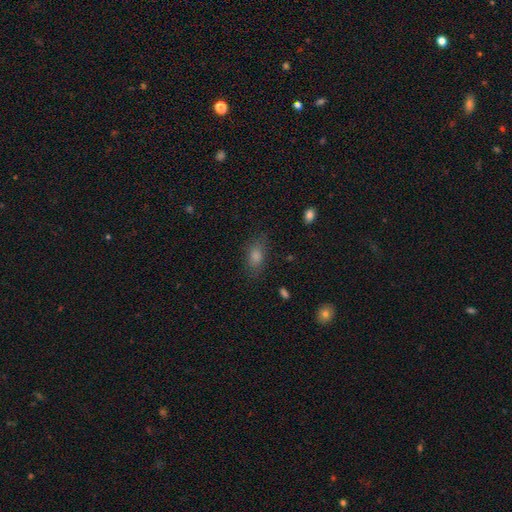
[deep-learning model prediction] Smooth or featured? smooth (68%)
How rounded? in between (78%)
Merging? none (80%)